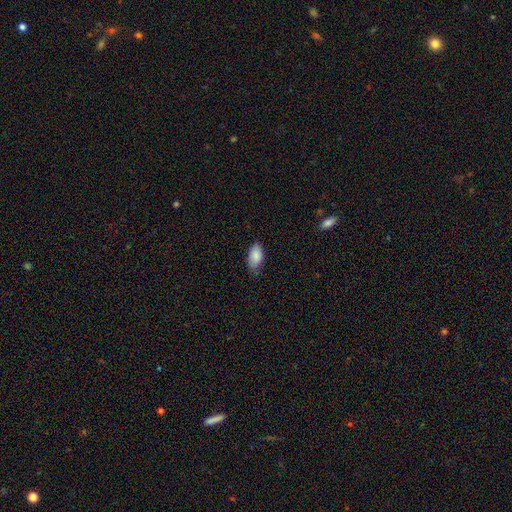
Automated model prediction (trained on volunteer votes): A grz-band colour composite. It shows a smooth galaxy with no disk features (87%) that is in between round and cigar-shaped (94%). Merging: none (64%).